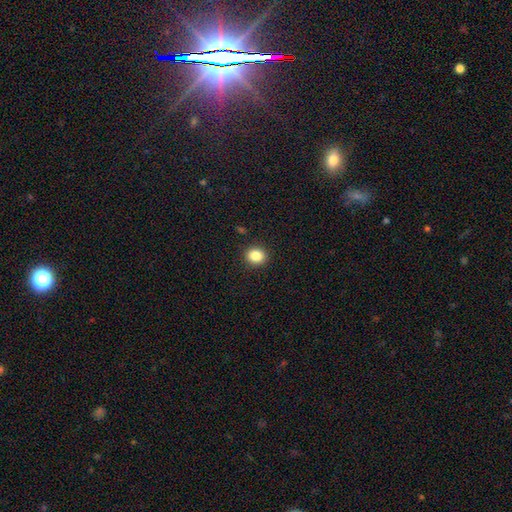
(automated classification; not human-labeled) Overall: smooth (85%). How rounded: round (72%). Merging: none (91%).